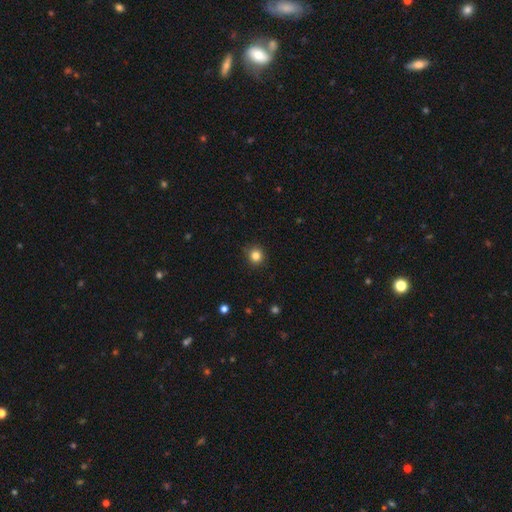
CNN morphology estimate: A smooth galaxy with no disk features (83%) that is round (91%). Merging: none (88%).